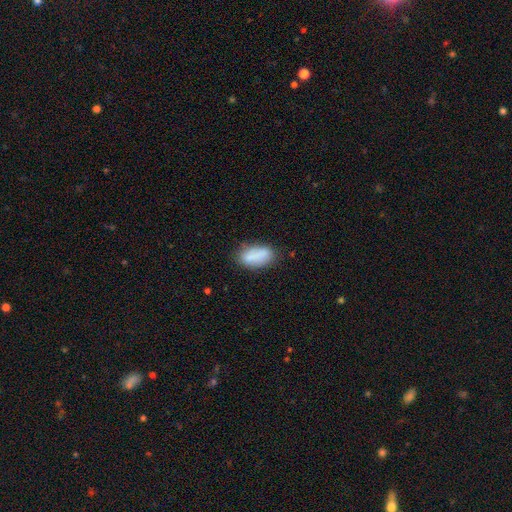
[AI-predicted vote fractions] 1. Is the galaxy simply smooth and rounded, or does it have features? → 83% smooth, 10% featured or disk, 8% star or artifact.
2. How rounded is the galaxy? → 88% in between, 8% cigar-shaped, 4% round.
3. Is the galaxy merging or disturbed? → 69% none, 21% minor disturbance, 5% major disturbance, 5% merger.